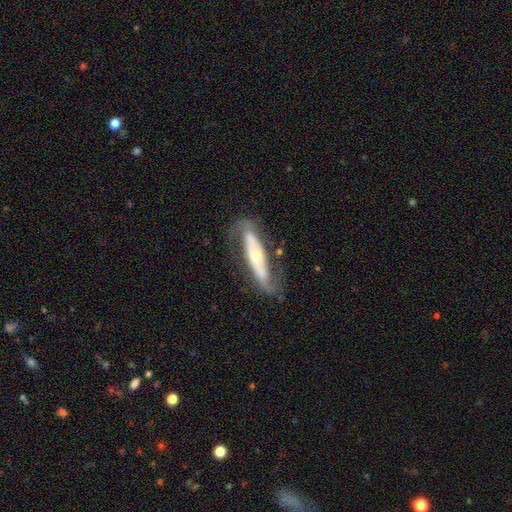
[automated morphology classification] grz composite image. It shows a featured or disk galaxy (79%) with a strong bar (48%), spiral arms (87%) and a small central bulge (49%). Merging: none (72%).